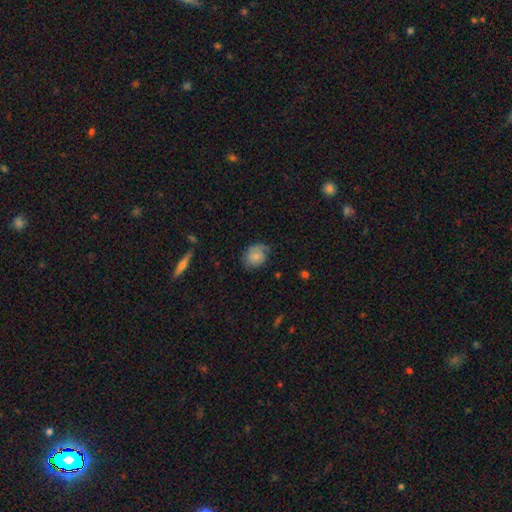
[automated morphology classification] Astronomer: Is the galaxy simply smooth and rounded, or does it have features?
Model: smooth — 70%.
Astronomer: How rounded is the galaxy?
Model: round — 56% (runner-up: in between, 43%).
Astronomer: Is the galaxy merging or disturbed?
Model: none — 55% (runner-up: minor disturbance, 33%).